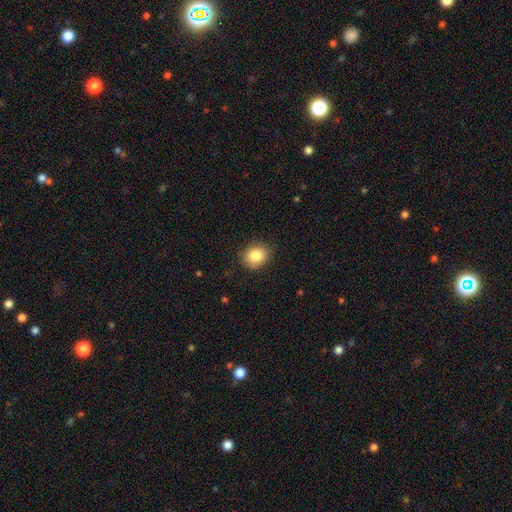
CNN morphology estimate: The model was most divided on "how rounded": round: 60%, in between: 39%, cigar-shaped: 1%. More confident: merging — none (85%); smooth or featured — smooth (84%).